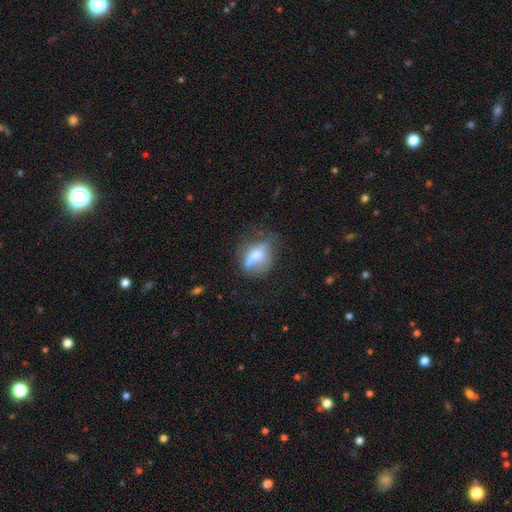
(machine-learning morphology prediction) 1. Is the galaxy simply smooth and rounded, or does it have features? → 57% smooth, 33% featured or disk, 10% star or artifact.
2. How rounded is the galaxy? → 62% in between, 32% round, 6% cigar-shaped.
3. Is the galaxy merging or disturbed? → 44% none, 29% minor disturbance, 21% major disturbance, 6% merger.